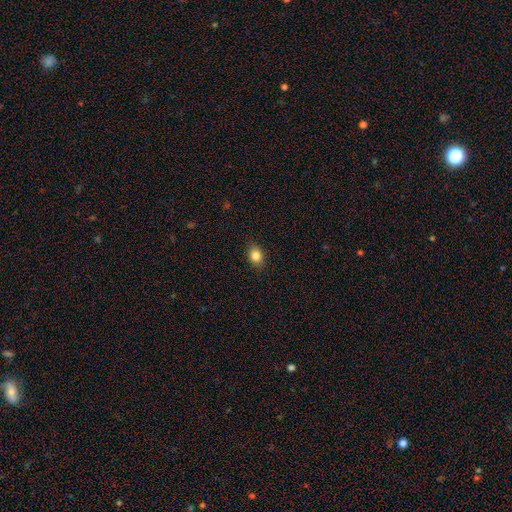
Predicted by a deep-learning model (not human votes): Overall: smooth (85%). How rounded: in between (58%; round 41%). Merging: none (87%).